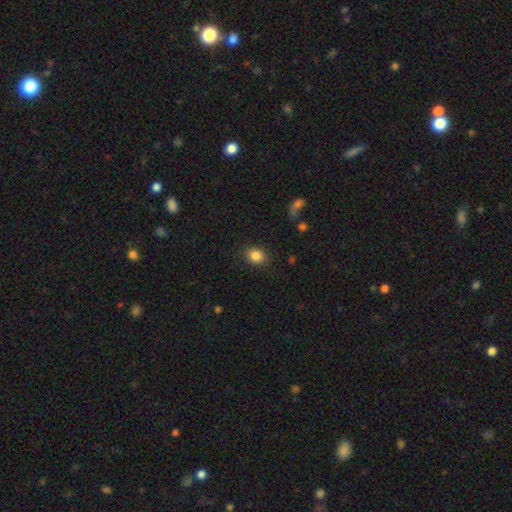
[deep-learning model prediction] smooth 85%, star or artifact 10%, featured or disk 5%. Down the decision tree: how rounded — round (60%); merging — none (86%).